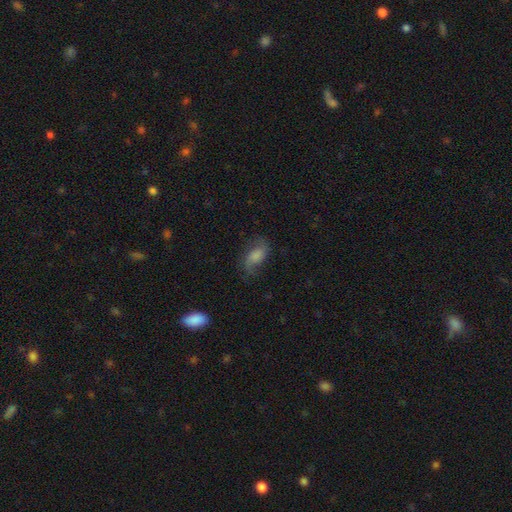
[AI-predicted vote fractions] A smooth galaxy with no disk features (50%). Merging: none (64%).